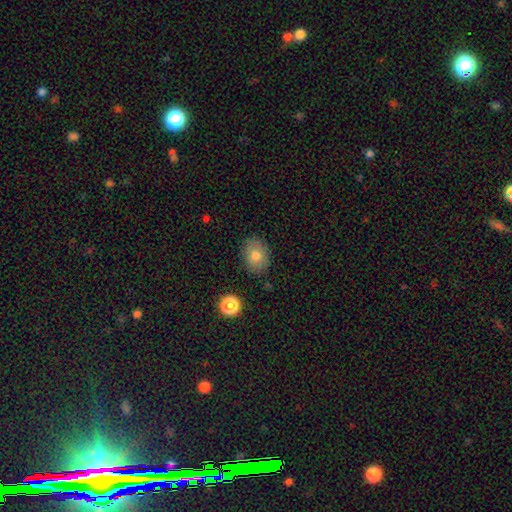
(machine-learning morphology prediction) smooth-or-featured: smooth: 77% | featured or disk: 13% | star or artifact: 10%
  how-rounded: in between: 63% | round: 36% | cigar-shaped: 1%
  merging: none: 85% | minor disturbance: 11% | major disturbance: 3% | merger: 2%